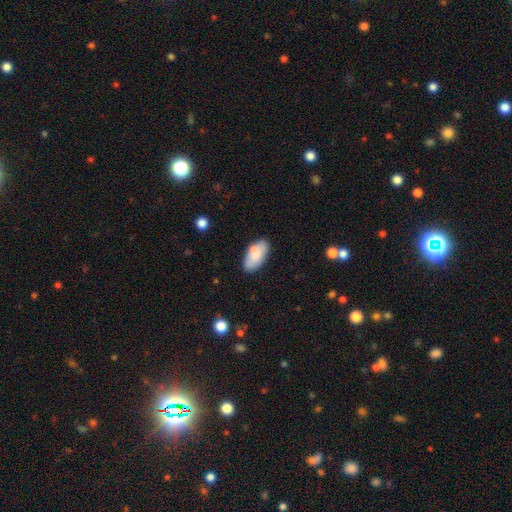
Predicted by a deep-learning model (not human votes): smooth-or-featured: smooth: 78% | featured or disk: 15% | star or artifact: 7%
  how-rounded: in between: 92% | cigar-shaped: 5% | round: 2%
  merging: none: 73% | minor disturbance: 16% | merger: 8% | major disturbance: 4%